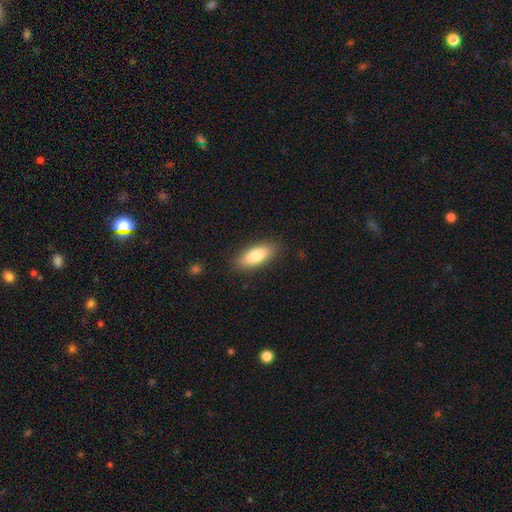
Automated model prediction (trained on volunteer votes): This appears to be a smooth galaxy with no disk features (79%) that is in between round and cigar-shaped (73%). Merging: none (86%).